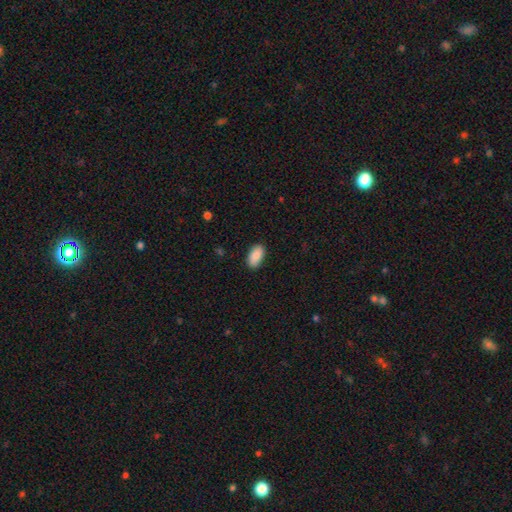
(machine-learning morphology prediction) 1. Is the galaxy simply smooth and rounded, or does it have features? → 89% smooth, 6% star or artifact, 5% featured or disk.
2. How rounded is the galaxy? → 94% in between, 3% round, 3% cigar-shaped.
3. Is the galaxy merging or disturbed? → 87% none, 10% minor disturbance, 2% major disturbance, 1% merger.